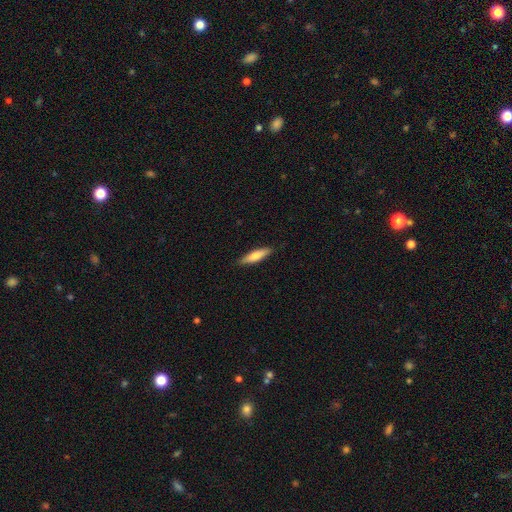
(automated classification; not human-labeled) Smooth or featured?
  - smooth: 70% *
  - featured or disk: 24%
  - star or artifact: 6%
How rounded?
  - cigar-shaped: 73% *
  - in between: 25%
  - round: 2%
Merging?
  - none: 88% *
  - minor disturbance: 10%
  - major disturbance: 2%
  - merger: 1%